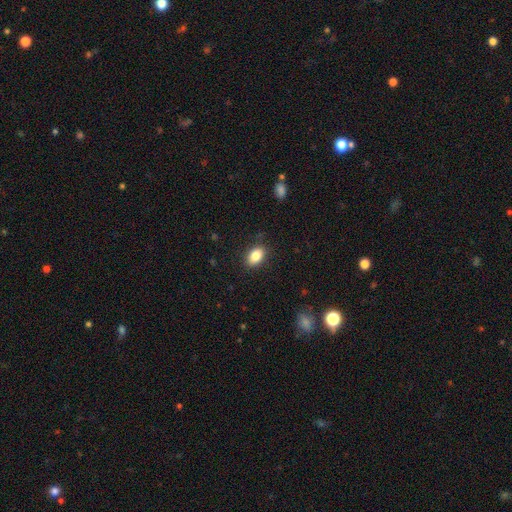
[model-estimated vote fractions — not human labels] This is clearly a smooth galaxy (85%). How rounded: clearly in between (88%). Merging: clearly none (86%).